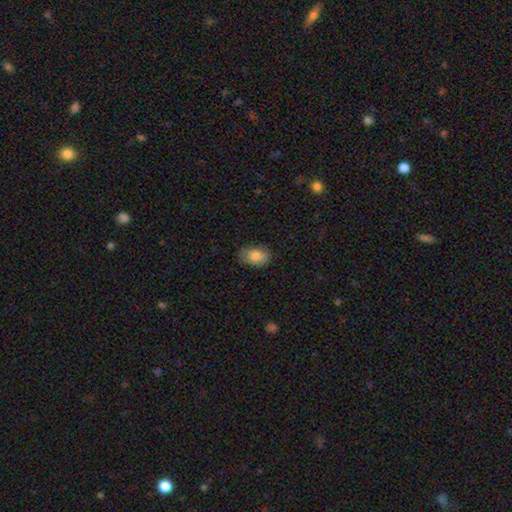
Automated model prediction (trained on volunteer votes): Q: Smooth or featured?
A: smooth (84%); runner-up: featured or disk (8%)
Q: How rounded?
A: in between (84%); runner-up: round (15%)
Q: Merging?
A: none (74%); runner-up: minor disturbance (20%)